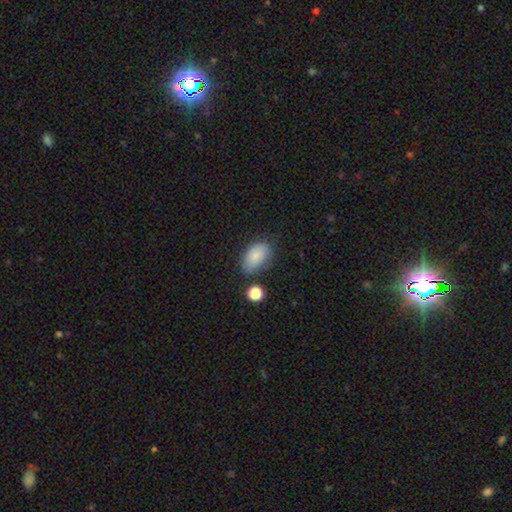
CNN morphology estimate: Q: Smooth or featured?
A: smooth (85%); runner-up: star or artifact (8%)
Q: How rounded?
A: in between (91%); runner-up: round (7%)
Q: Merging?
A: none (69%); runner-up: minor disturbance (20%)